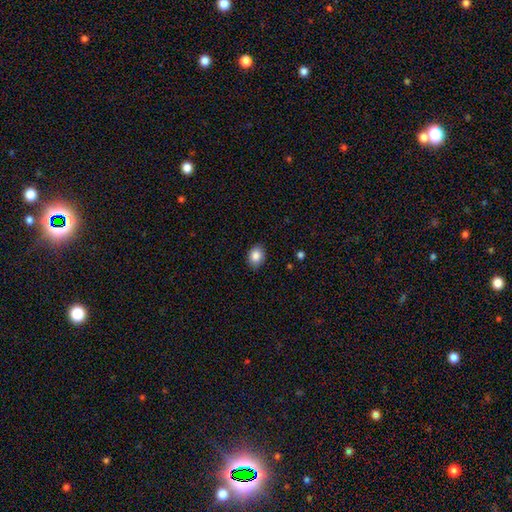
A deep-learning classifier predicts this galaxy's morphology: smooth 86%, star or artifact 8%, featured or disk 6%. Down the decision tree: how rounded — in between (64%); merging — none (86%).